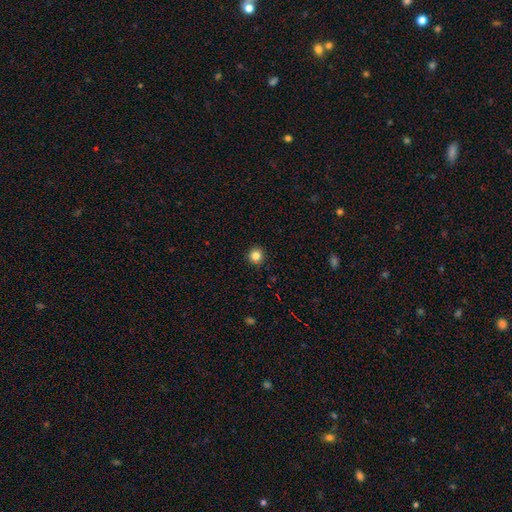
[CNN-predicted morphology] smooth_or_featured: smooth (p=0.83) [alt: star or artifact p=0.12]
how_rounded: round (p=0.94) [alt: in between p=0.05]
merging: none (p=0.92) [alt: minor disturbance p=0.05]